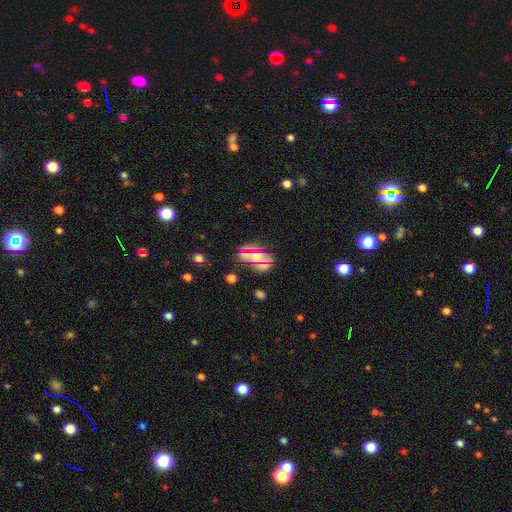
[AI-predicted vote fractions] smooth_or_featured: smooth (p=0.51) [alt: star or artifact p=0.30]
how_rounded: in between (p=0.70) [alt: round p=0.25]
merging: none (p=0.62) [alt: minor disturbance p=0.19]